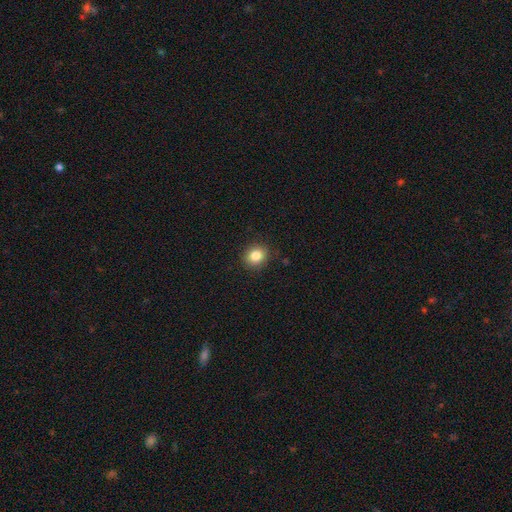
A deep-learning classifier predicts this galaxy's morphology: smooth-or-featured: smooth: 83% | star or artifact: 11% | featured or disk: 6%
  how-rounded: round: 74% | in between: 25% | cigar-shaped: 1%
  merging: none: 89% | minor disturbance: 8% | major disturbance: 2% | merger: 1%